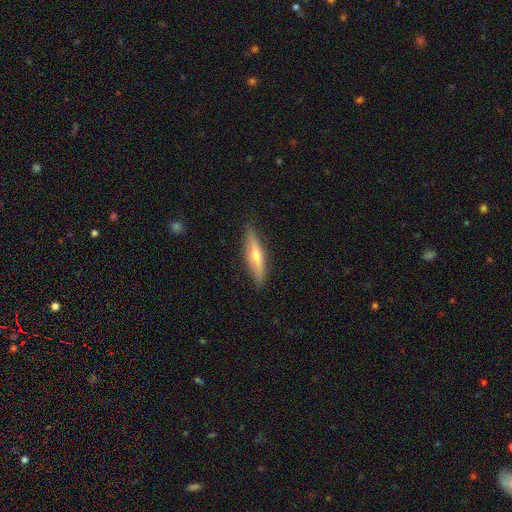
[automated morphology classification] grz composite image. It shows a featured or disk galaxy (53%) viewed edge-on (91%). Merging: none (87%).